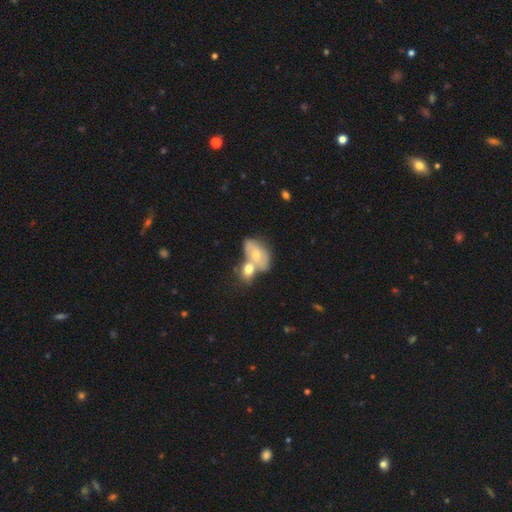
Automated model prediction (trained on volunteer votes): Smooth or featured?
  - smooth: 57% *
  - featured or disk: 35%
  - star or artifact: 8%
How rounded?
  - in between: 84% *
  - round: 14%
  - cigar-shaped: 2%
Merging?
  - merger: 63% *
  - none: 22%
  - minor disturbance: 10%
  - major disturbance: 5%